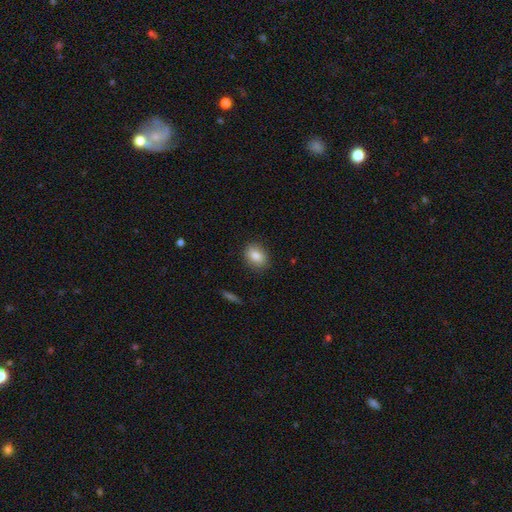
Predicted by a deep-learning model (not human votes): Overall: smooth (82%). How rounded: in between (60%; round 39%). Merging: none (86%).